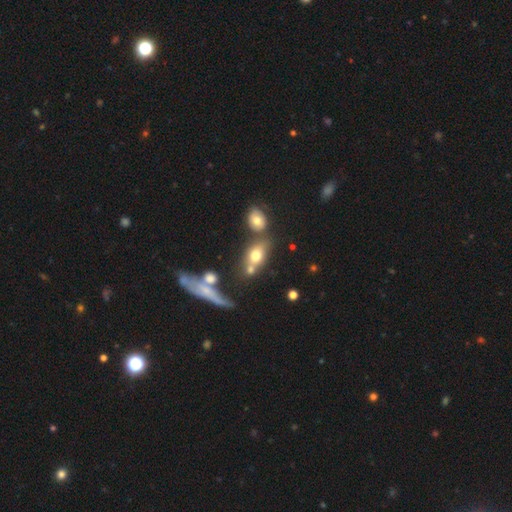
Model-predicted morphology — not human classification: smooth-or-featured: smooth: 66% | featured or disk: 22% | star or artifact: 12%
  how-rounded: in between: 70% | round: 21% | cigar-shaped: 9%
  merging: none: 44% | merger: 34% | minor disturbance: 14% | major disturbance: 8%